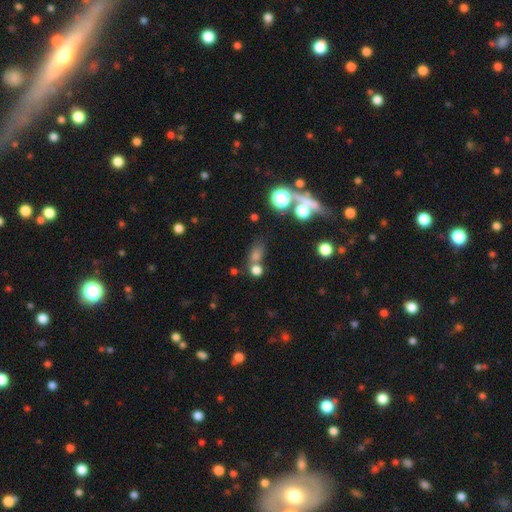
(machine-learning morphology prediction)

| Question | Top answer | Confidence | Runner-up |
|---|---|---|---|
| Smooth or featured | smooth | 59% | star or artifact (29%) |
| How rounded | in between | 47% | round (46%) |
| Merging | none | 52% | merger (30%) |